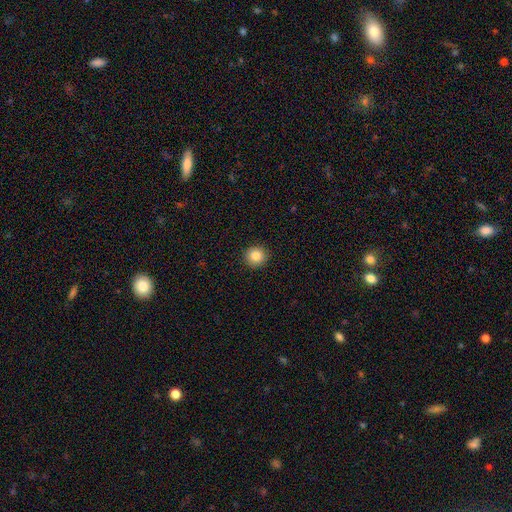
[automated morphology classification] smooth_or_featured: smooth (p=0.86) [alt: star or artifact p=0.10]
how_rounded: round (p=0.94) [alt: in between p=0.05]
merging: none (p=0.93) [alt: minor disturbance p=0.05]